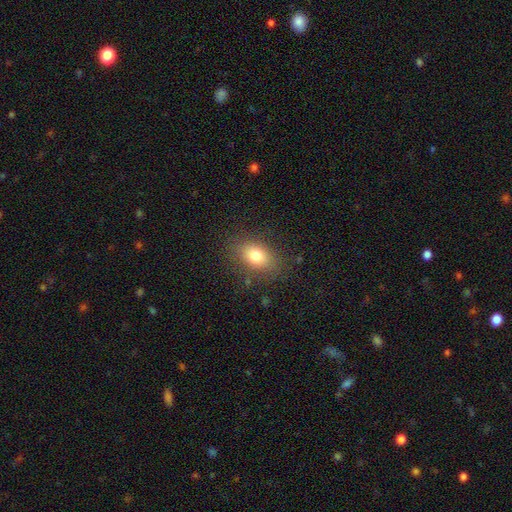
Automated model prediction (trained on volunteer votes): Q: Smooth or featured?
A: smooth (78%); runner-up: featured or disk (12%)
Q: How rounded?
A: in between (82%); runner-up: round (16%)
Q: Merging?
A: none (83%); runner-up: minor disturbance (12%)